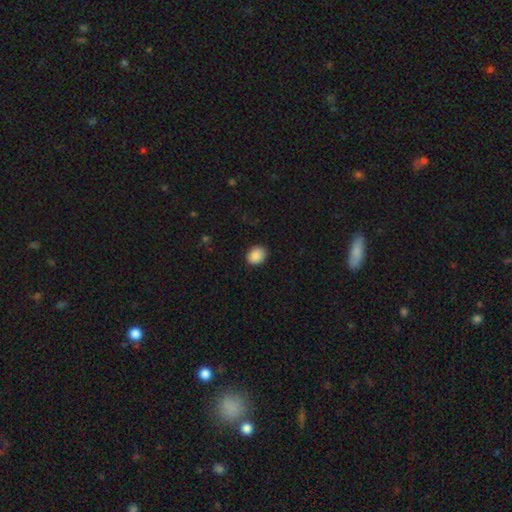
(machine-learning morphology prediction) A smooth galaxy with no disk features (89%) that is in between round and cigar-shaped (50%). Merging: none (86%).